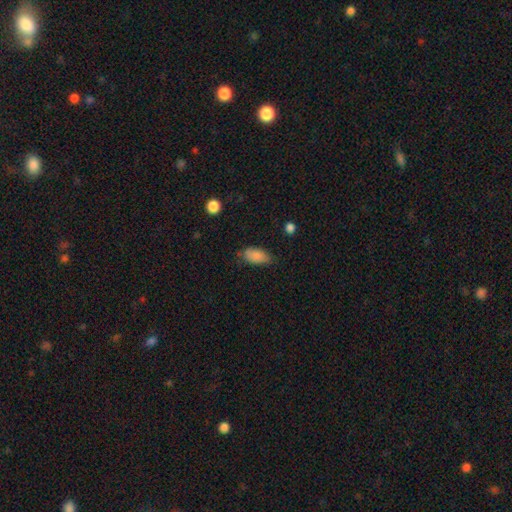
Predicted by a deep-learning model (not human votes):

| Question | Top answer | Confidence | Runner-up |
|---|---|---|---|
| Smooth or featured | smooth | 86% | star or artifact (7%) |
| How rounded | in between | 92% | cigar-shaped (4%) |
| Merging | none | 67% | minor disturbance (27%) |